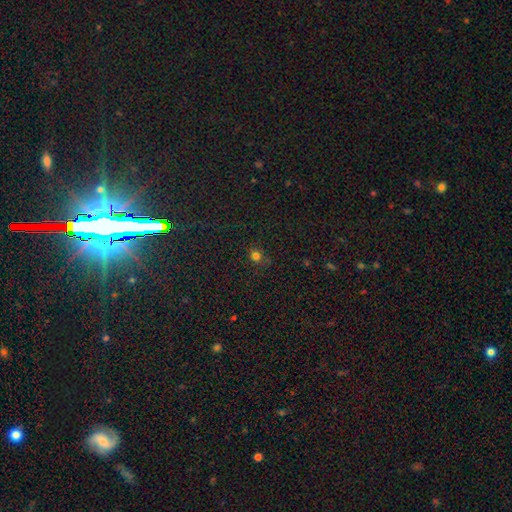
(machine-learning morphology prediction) A smooth galaxy with no disk features (74%) that is round (83%).

Vote fractions:
- Smooth or featured? smooth: 74% / star or artifact: 21% / featured or disk: 5%
- How rounded? round: 83% / in between: 16% / cigar-shaped: 1%
- Merging? none: 81% / minor disturbance: 13% / major disturbance: 4% / merger: 2%